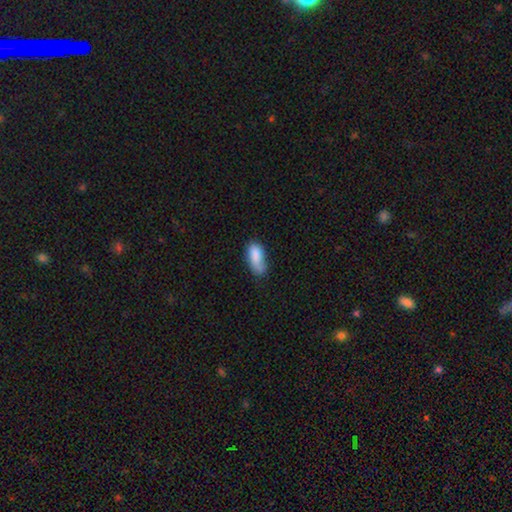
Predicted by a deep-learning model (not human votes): A smooth galaxy with no disk features (82%) that is in between round and cigar-shaped (88%).

Vote fractions:
- Smooth or featured? smooth: 82% / featured or disk: 11% / star or artifact: 7%
- How rounded? in between: 88% / cigar-shaped: 9% / round: 3%
- Merging? none: 47% / minor disturbance: 34% / major disturbance: 15% / merger: 4%